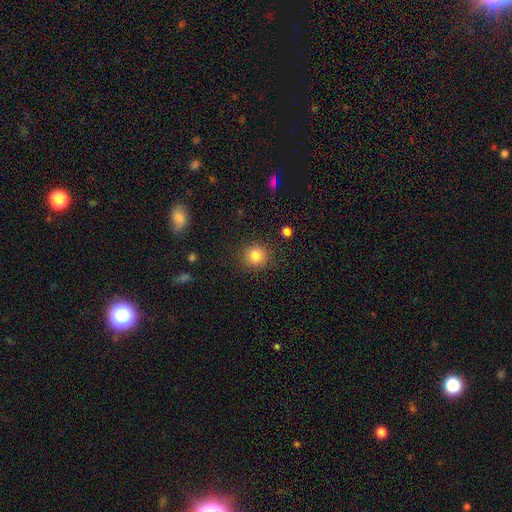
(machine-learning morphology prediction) A smooth galaxy with no disk features (83%) that is round (91%).

Vote fractions:
- Smooth or featured? smooth: 83% / star or artifact: 11% / featured or disk: 6%
- How rounded? round: 91% / in between: 8% / cigar-shaped: 1%
- Merging? none: 89% / minor disturbance: 7% / major disturbance: 3% / merger: 1%